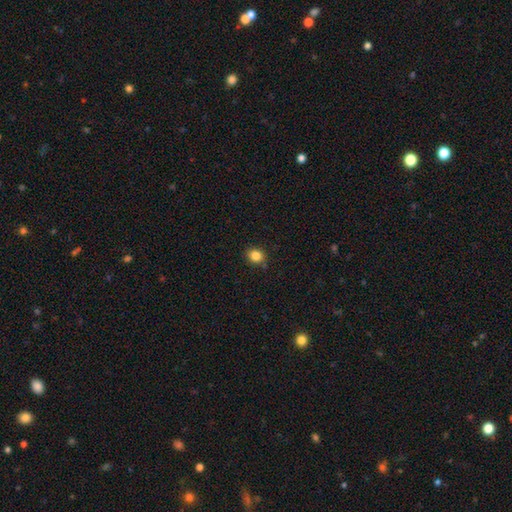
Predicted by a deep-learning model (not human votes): Overall: smooth (84%). How rounded: round (64%; in between 35%). Merging: none (84%).